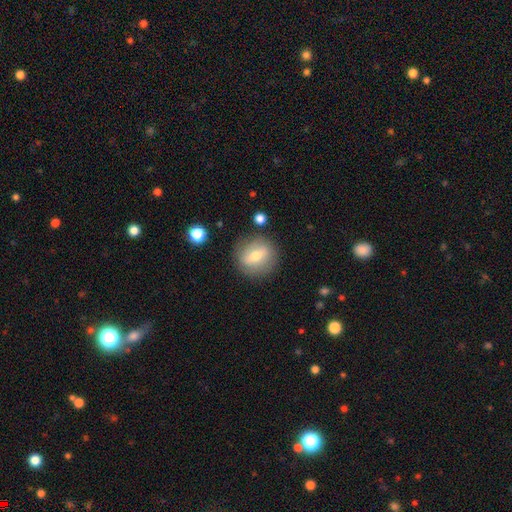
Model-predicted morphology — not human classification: Smooth or featured?
  - smooth: 55% *
  - featured or disk: 37%
  - star or artifact: 8%
How rounded?
  - round: 82% *
  - in between: 17%
  - cigar-shaped: 1%
Merging?
  - none: 82% *
  - minor disturbance: 12%
  - major disturbance: 4%
  - merger: 2%